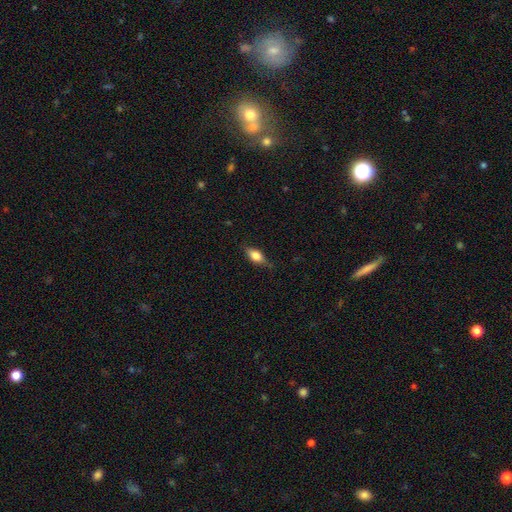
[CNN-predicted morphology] Smooth or featured: smooth — 69% (featured or disk — 23%)
How rounded: in between — 80% (cigar-shaped — 15%)
Merging: none — 77% (minor disturbance — 18%)